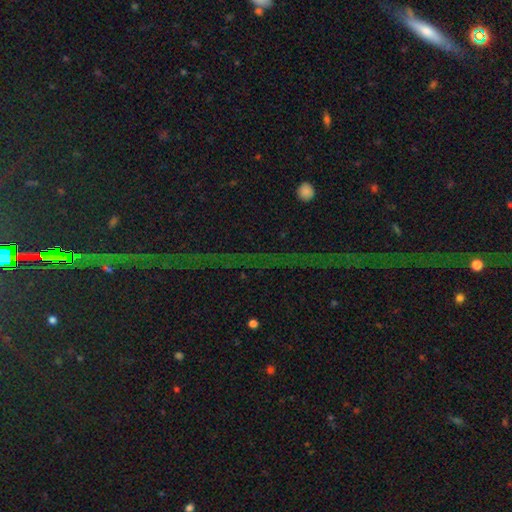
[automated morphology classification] smooth-or-featured: star or artifact: 80% | featured or disk: 12% | smooth: 8%